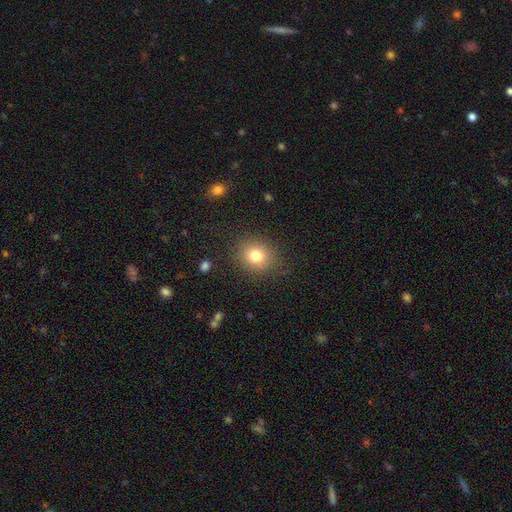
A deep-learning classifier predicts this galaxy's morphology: smooth-or-featured: smooth: 79% | star or artifact: 12% | featured or disk: 9%
  how-rounded: round: 74% | in between: 25% | cigar-shaped: 1%
  merging: none: 84% | minor disturbance: 10% | major disturbance: 4% | merger: 1%